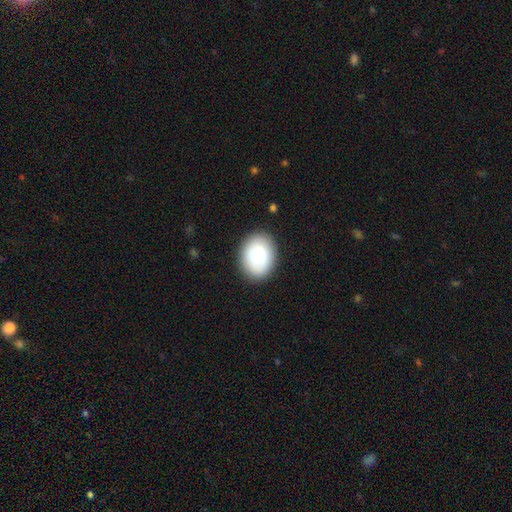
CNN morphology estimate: The model was most divided on "how rounded": in between: 64%, round: 35%, cigar-shaped: 1%. More confident: merging — none (89%); smooth or featured — smooth (80%).